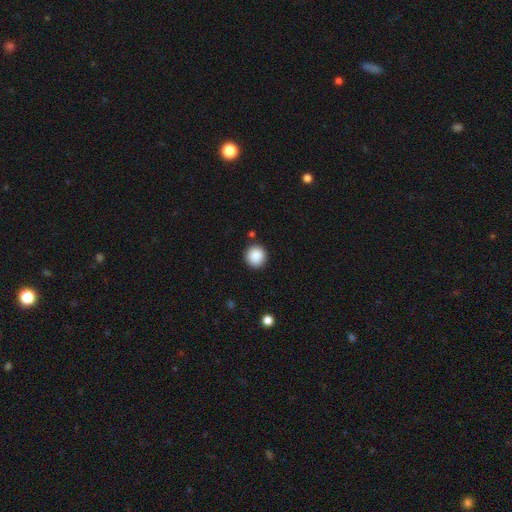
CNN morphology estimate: smooth-or-featured: smooth: 88% | star or artifact: 9% | featured or disk: 3%
  how-rounded: round: 94% | in between: 5% | cigar-shaped: 1%
  merging: none: 90% | minor disturbance: 6% | merger: 2% | major disturbance: 2%